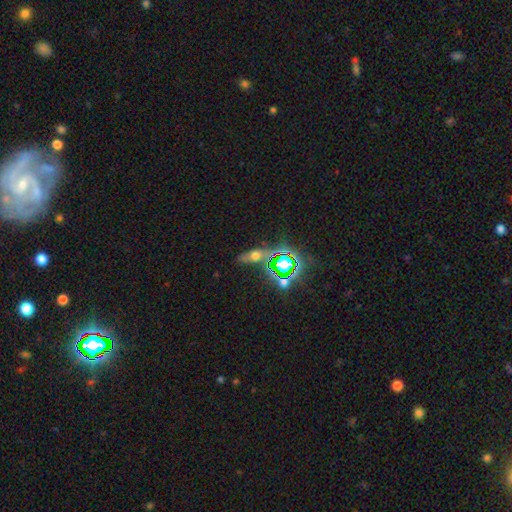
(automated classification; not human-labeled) This appears to be a smooth galaxy with no disk features (40%). Merging: none (70%).